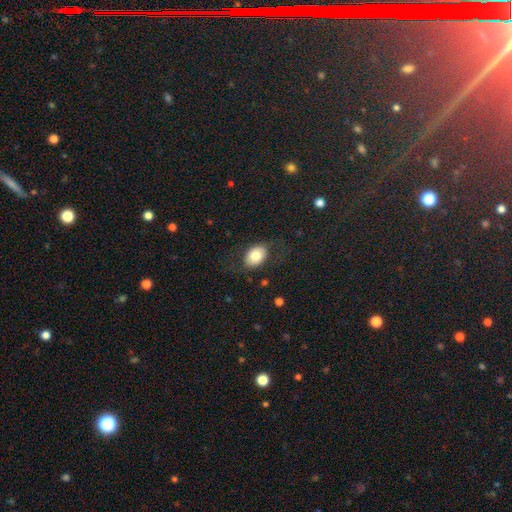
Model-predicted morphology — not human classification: Q: Smooth or featured?
A: smooth (78%); runner-up: featured or disk (15%)
Q: How rounded?
A: in between (82%); runner-up: round (17%)
Q: Merging?
A: none (77%); runner-up: minor disturbance (14%)